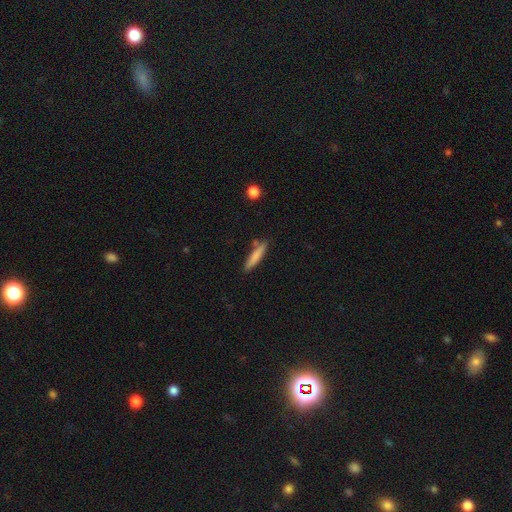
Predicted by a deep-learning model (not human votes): A smooth galaxy with no disk features (78%) that is cigar-shaped (89%).

Vote fractions:
- Smooth or featured? smooth: 78% / featured or disk: 16% / star or artifact: 6%
- How rounded? cigar-shaped: 89% / in between: 9% / round: 1%
- Merging? none: 81% / minor disturbance: 12% / merger: 5% / major disturbance: 2%